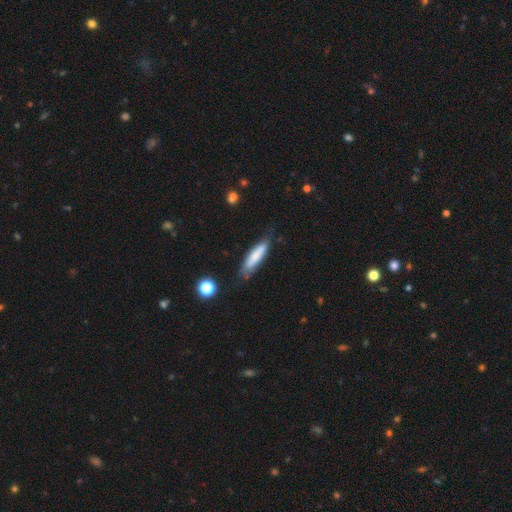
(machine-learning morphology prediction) smooth-or-featured: smooth: 75% | featured or disk: 18% | star or artifact: 6%
  how-rounded: cigar-shaped: 77% | in between: 22% | round: 1%
  merging: none: 67% | minor disturbance: 24% | major disturbance: 7% | merger: 3%